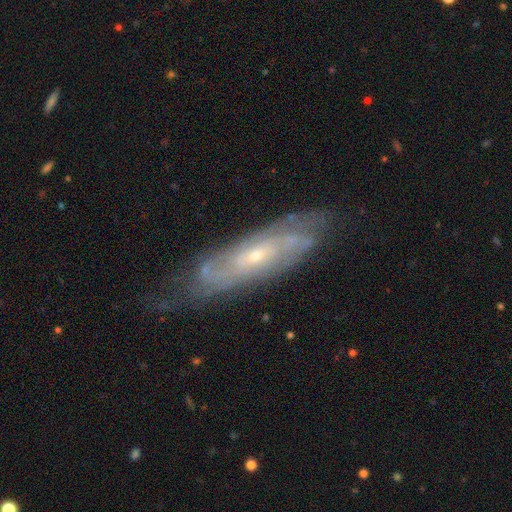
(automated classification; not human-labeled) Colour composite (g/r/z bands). It shows a featured or disk galaxy (81%) with no bar (63%), tight (64%) spiral arms (91%) and a small central bulge (70%). Merging: none (72%).